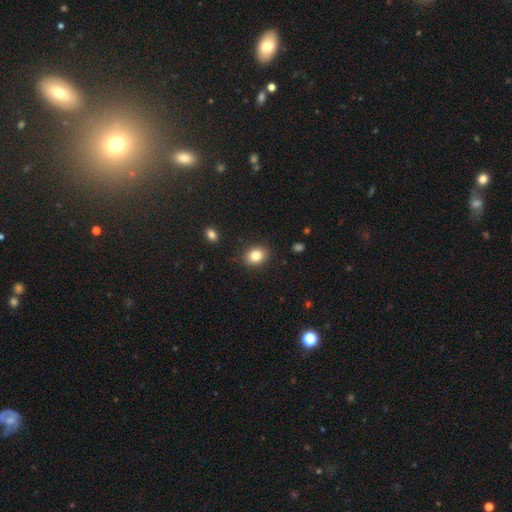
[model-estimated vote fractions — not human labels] Smooth or featured: smooth — 83% (star or artifact — 9%)
How rounded: in between — 57% (round — 42%)
Merging: none — 88% (minor disturbance — 8%)